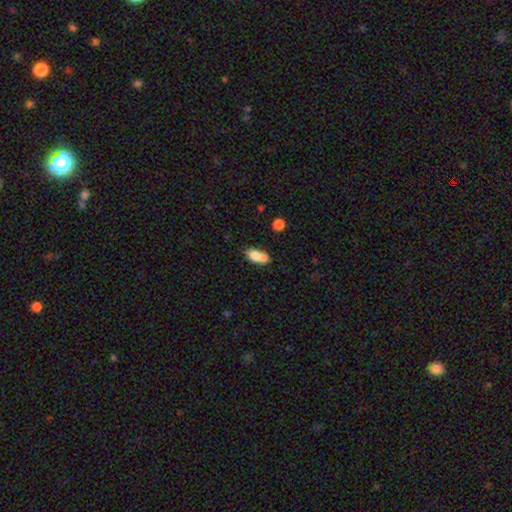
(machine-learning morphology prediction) A smooth galaxy with no disk features (74%) that is in between round and cigar-shaped (79%). Merging: merger (53%).